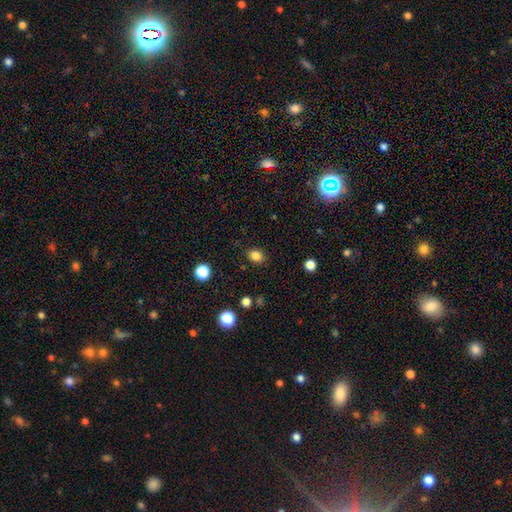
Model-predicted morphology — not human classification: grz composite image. It shows a smooth galaxy with no disk features (83%) that is in between round and cigar-shaped (52%). Merging: none (85%).